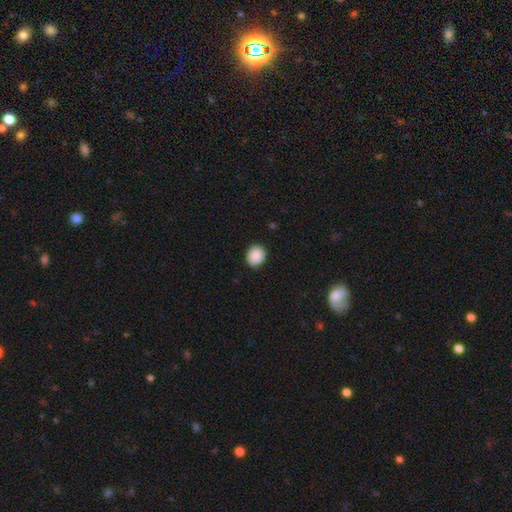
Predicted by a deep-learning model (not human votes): A smooth galaxy with no disk features (90%) that is round (73%).

Vote fractions:
- Smooth or featured? smooth: 90% / star or artifact: 8% / featured or disk: 3%
- How rounded? round: 73% / in between: 26% / cigar-shaped: 1%
- Merging? none: 90% / minor disturbance: 7% / major disturbance: 2% / merger: 1%